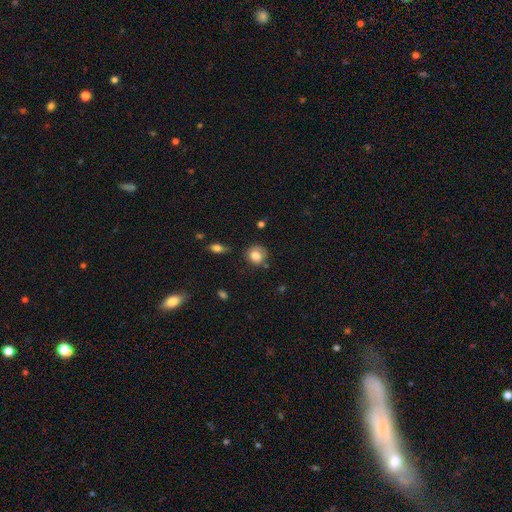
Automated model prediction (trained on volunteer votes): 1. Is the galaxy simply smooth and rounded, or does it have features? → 80% smooth, 11% featured or disk, 9% star or artifact.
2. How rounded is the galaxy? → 84% round, 15% in between, 1% cigar-shaped.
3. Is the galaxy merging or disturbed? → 69% none, 21% minor disturbance, 5% major disturbance, 4% merger.